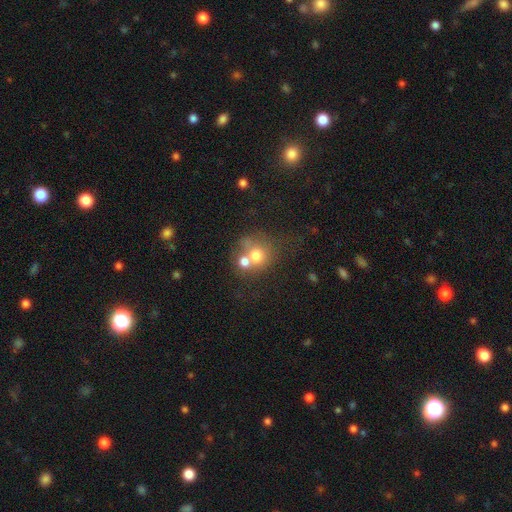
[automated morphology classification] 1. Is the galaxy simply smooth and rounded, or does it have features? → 67% smooth, 20% featured or disk, 13% star or artifact.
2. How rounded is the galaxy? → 76% round, 23% in between, 1% cigar-shaped.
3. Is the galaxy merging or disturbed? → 57% merger, 30% none, 8% minor disturbance, 6% major disturbance.